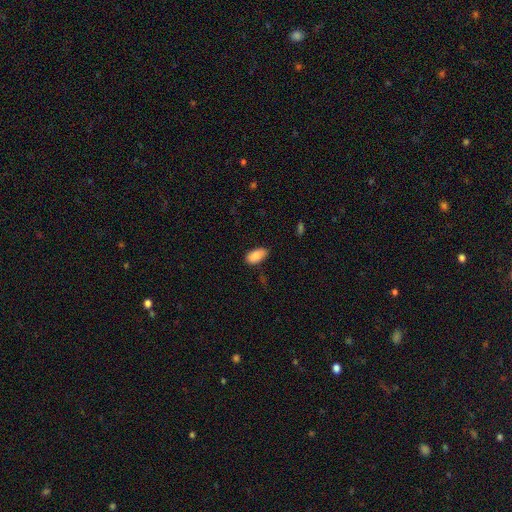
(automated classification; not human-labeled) Smooth or featured: smooth — 88% (star or artifact — 7%)
How rounded: in between — 94% (round — 3%)
Merging: none — 68% (minor disturbance — 27%)